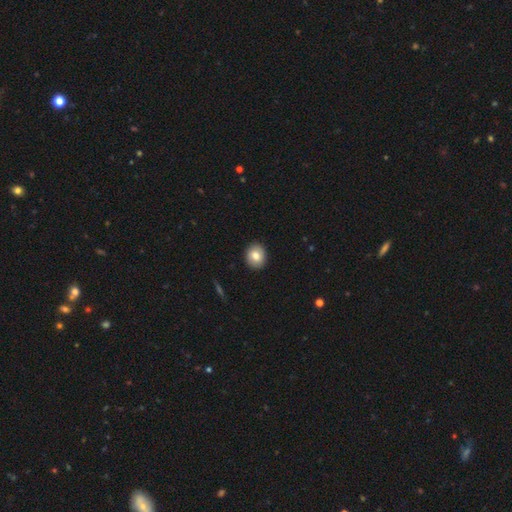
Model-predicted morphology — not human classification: A smooth galaxy with no disk features (79%) that is round (69%). Merging: none (91%).